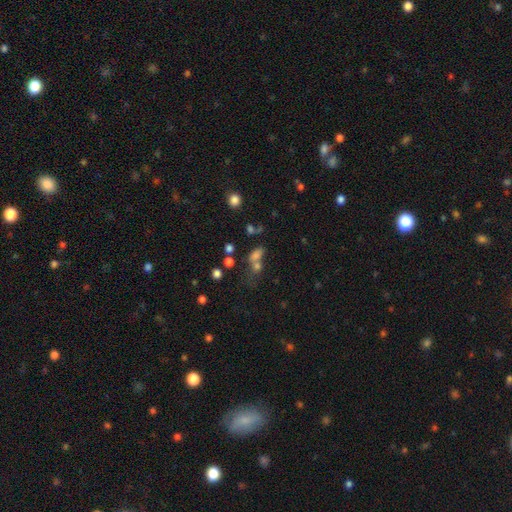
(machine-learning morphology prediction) This appears to be a smooth galaxy with no disk features (67%) that is in between round and cigar-shaped (67%). Merging: merger (50%).